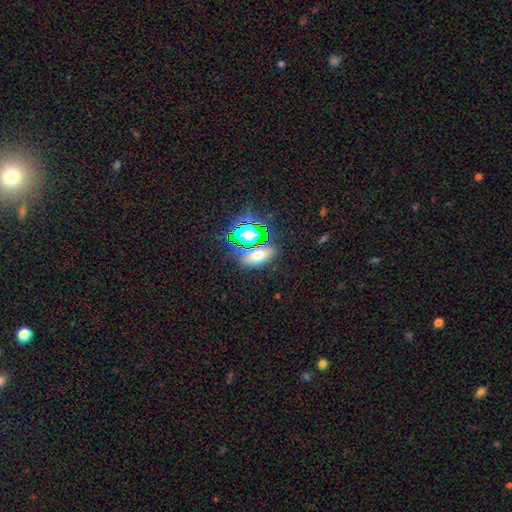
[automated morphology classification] Smooth or featured?
  - smooth: 49% *
  - star or artifact: 36%
  - featured or disk: 14%
Merging?
  - none: 73% *
  - merger: 13%
  - minor disturbance: 10%
  - major disturbance: 4%